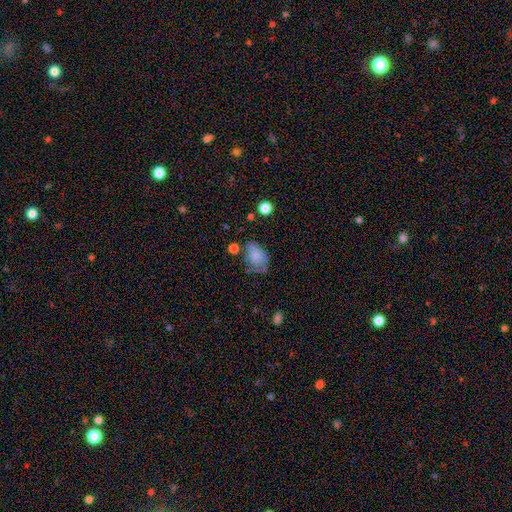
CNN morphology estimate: Smooth or featured: smooth — 74% (featured or disk — 17%)
How rounded: in between — 84% (round — 14%)
Merging: none — 46% (minor disturbance — 32%)